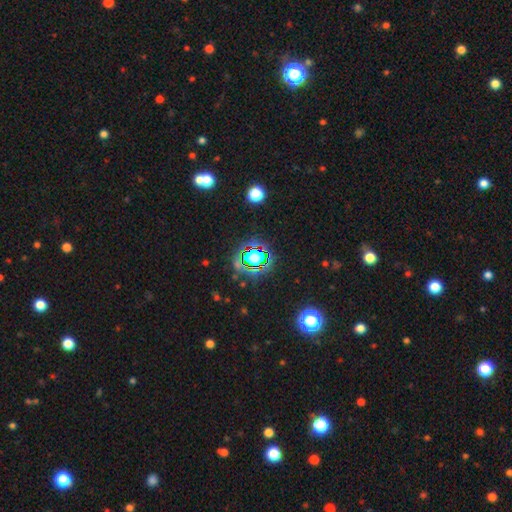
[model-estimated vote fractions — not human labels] Smooth or featured: star or artifact — 69% (smooth — 21%)